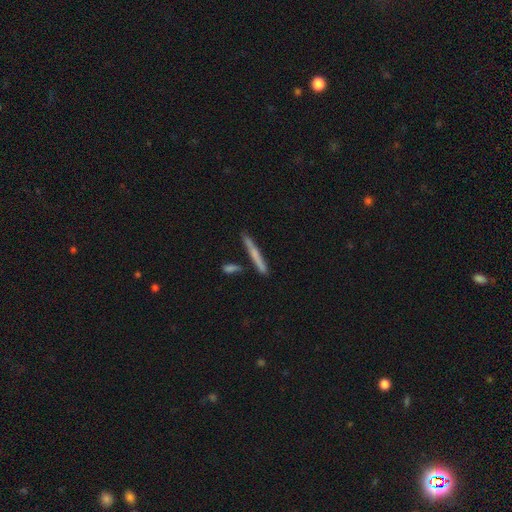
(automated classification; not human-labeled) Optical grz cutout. It shows a smooth galaxy with no disk features (56%) that is cigar-shaped (95%). Merging: none (80%).